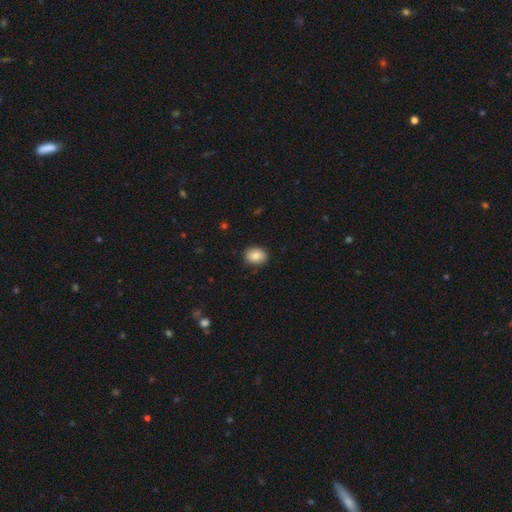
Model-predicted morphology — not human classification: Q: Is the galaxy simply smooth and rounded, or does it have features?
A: smooth — 85%.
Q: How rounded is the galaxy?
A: in between — 58%.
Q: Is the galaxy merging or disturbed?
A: none — 88%.